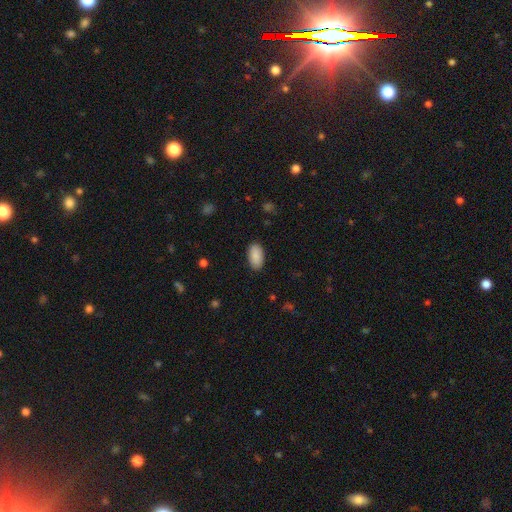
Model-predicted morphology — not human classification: The model was most divided on "merging": none: 89%, minor disturbance: 8%, major disturbance: 2%, merger: 1%. More confident: how rounded — in between (96%); smooth or featured — smooth (90%).